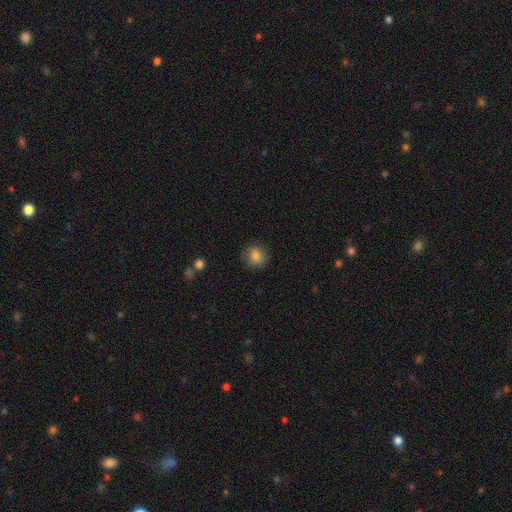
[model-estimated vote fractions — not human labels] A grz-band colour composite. It shows a smooth galaxy with no disk features (82%) that is round (79%). Merging: none (83%).